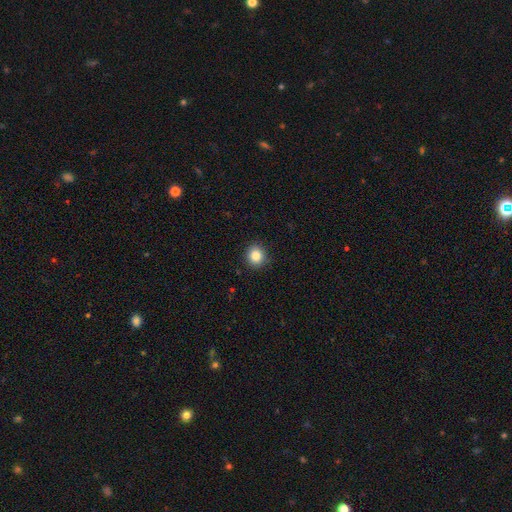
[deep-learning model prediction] This is clearly a smooth galaxy (85%). How rounded: clearly round (86%). Merging: clearly none (90%).